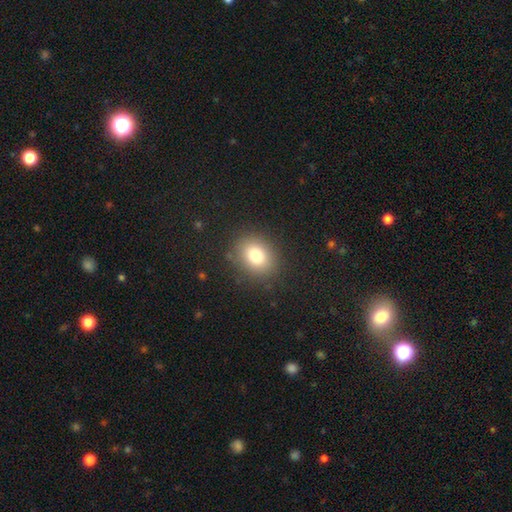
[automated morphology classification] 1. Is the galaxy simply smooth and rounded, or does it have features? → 79% smooth, 12% star or artifact, 9% featured or disk.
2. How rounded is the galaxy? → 57% round, 42% in between, 1% cigar-shaped.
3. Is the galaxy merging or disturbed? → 87% none, 9% minor disturbance, 4% major disturbance, 1% merger.